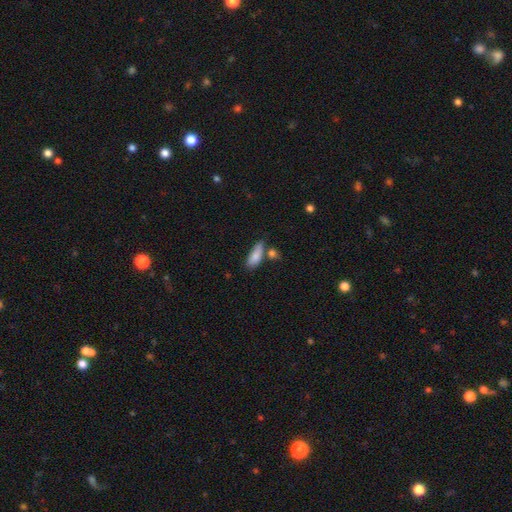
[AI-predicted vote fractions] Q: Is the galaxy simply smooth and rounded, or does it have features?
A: smooth — 83%.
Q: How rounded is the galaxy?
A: in between — 70%.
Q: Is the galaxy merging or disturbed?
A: none — 56%.